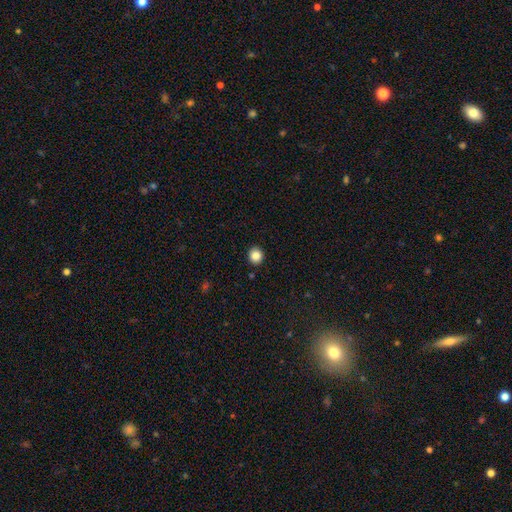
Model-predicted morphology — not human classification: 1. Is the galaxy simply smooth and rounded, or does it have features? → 86% smooth, 10% star or artifact, 4% featured or disk.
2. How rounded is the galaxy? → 88% round, 11% in between, 1% cigar-shaped.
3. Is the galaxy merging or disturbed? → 92% none, 5% minor disturbance, 2% major disturbance, 1% merger.